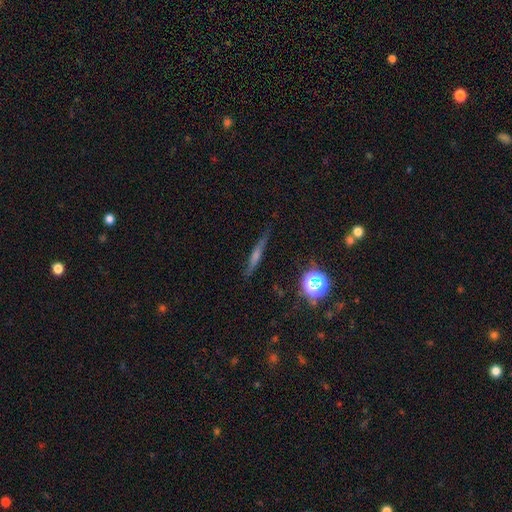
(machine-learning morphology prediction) Smooth or featured? Predicted: featured or disk (p=0.48). Merging? Predicted: none (p=0.83).